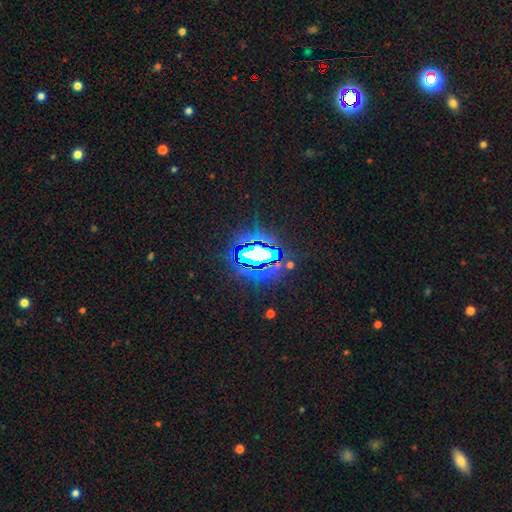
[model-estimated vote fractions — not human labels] Smooth or featured? Predicted: star or artifact (p=0.73).